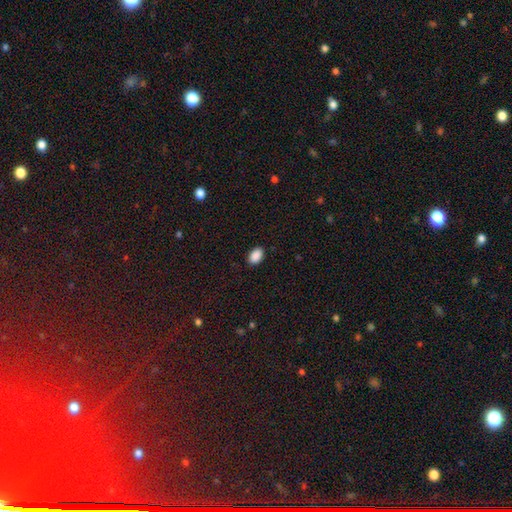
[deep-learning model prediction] smooth_or_featured: smooth (p=0.90) [alt: star or artifact p=0.08]
how_rounded: in between (p=0.89) [alt: round p=0.10]
merging: none (p=0.88) [alt: minor disturbance p=0.09]